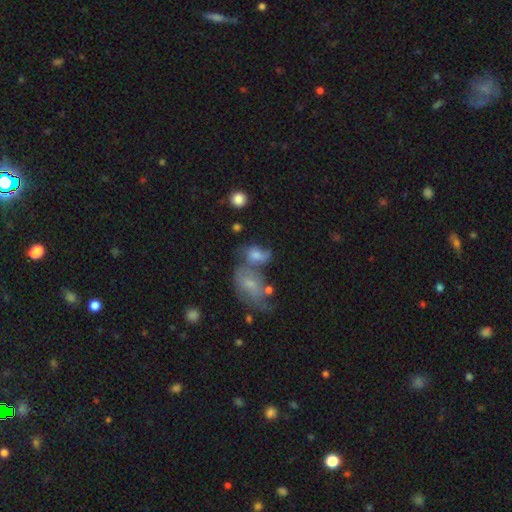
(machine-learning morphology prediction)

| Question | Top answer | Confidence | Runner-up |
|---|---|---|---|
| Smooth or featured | smooth | 48% | featured or disk (37%) |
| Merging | merger | 44% | none (29%) |